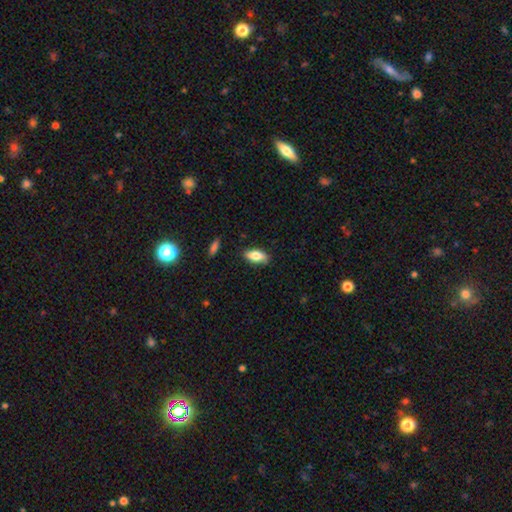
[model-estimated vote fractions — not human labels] This is likely a smooth galaxy (76%). How rounded: clearly in between (83%). Merging: clearly none (82%).